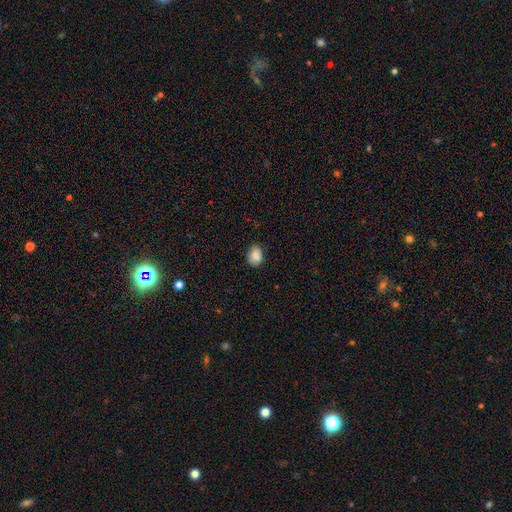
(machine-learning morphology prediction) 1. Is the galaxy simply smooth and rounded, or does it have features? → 86% smooth, 8% star or artifact, 5% featured or disk.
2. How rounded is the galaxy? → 72% in between, 27% round, 1% cigar-shaped.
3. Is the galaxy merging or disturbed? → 80% none, 16% minor disturbance, 3% major disturbance, 1% merger.